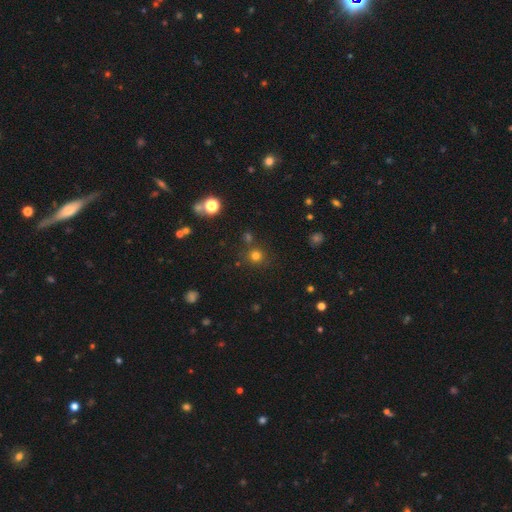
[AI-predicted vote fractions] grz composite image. It shows a smooth galaxy with no disk features (73%) that is round (92%). Merging: none (79%).